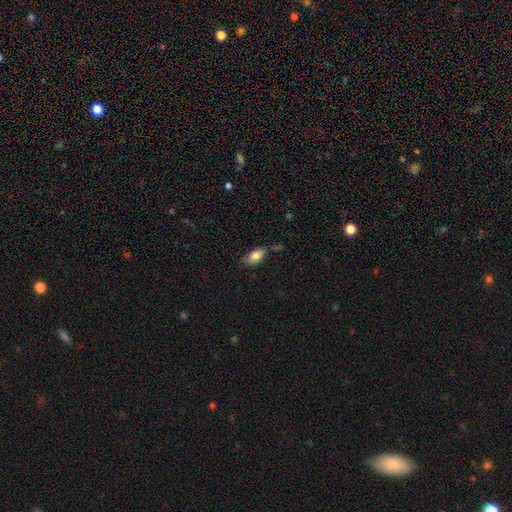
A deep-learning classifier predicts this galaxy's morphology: This appears to be a smooth galaxy with no disk features (83%) that is in between round and cigar-shaped (91%). Merging: none (65%).